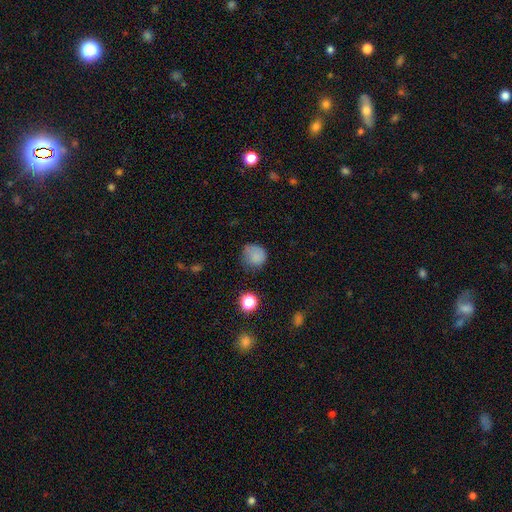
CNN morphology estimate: A smooth galaxy with no disk features (79%) that is round (87%). Merging: none (60%).